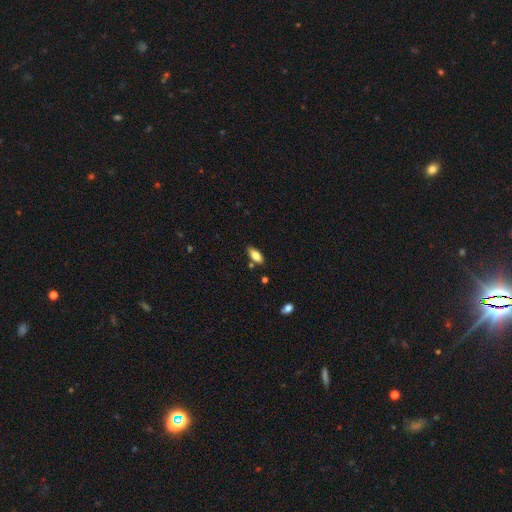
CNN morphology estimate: The model was most divided on "smooth or featured": smooth: 78%, featured or disk: 15%, star or artifact: 7%. More confident: how rounded — in between (84%); merging — none (80%).